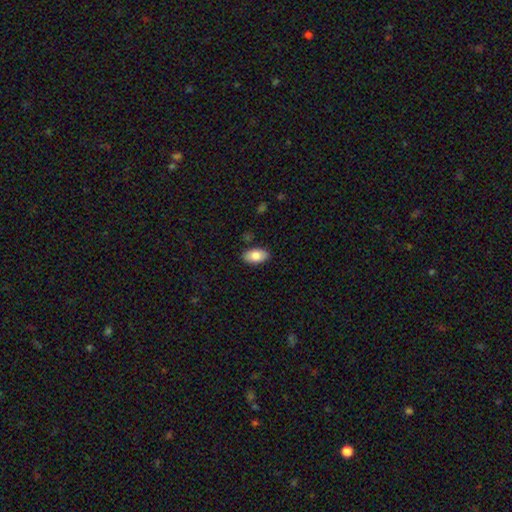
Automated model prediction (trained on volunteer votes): The model was most divided on "smooth or featured": smooth: 83%, featured or disk: 11%, star or artifact: 7%. More confident: how rounded — in between (94%); merging — none (87%).